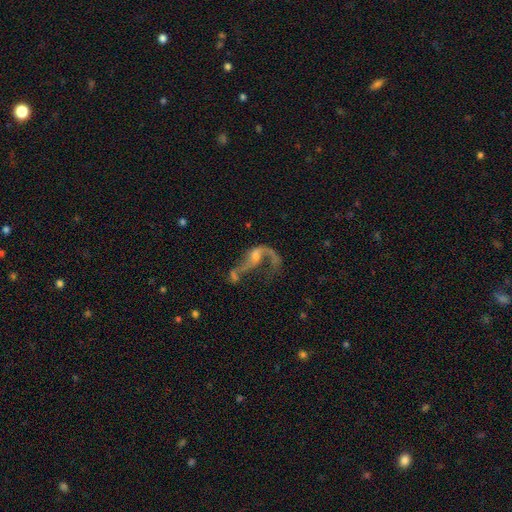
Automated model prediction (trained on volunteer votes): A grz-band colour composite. It shows a featured or disk galaxy (78%) with no bar (57%), 2 (67%) loose (87%) spiral arms (79%) and a small central bulge (41%). Merging: major disturbance (36%).